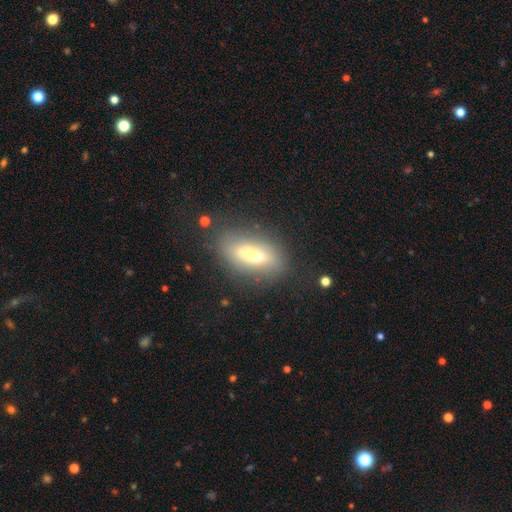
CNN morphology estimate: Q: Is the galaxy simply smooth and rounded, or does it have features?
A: smooth — 58%.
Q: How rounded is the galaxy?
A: in between — 68%.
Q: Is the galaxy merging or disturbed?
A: none — 71%.